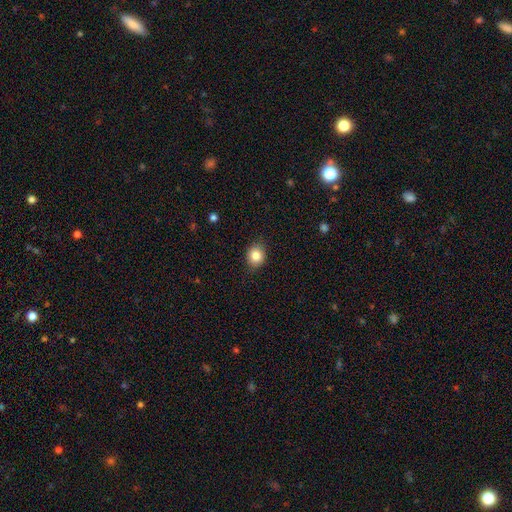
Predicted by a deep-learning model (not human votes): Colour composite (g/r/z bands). It shows a smooth galaxy with no disk features (84%) that is round (67%). Merging: none (86%).